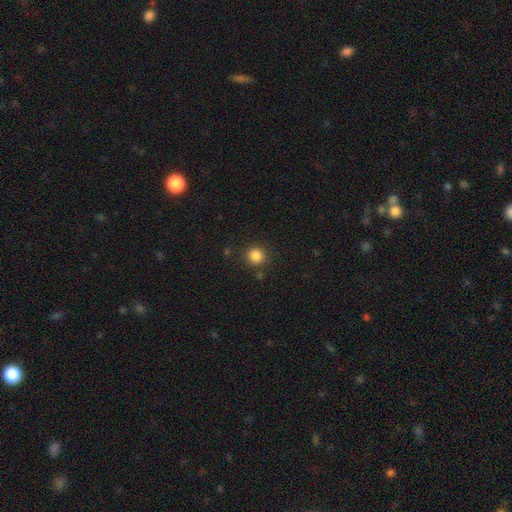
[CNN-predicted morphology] Q: Smooth or featured?
A: smooth (85%); runner-up: star or artifact (12%)
Q: How rounded?
A: round (91%); runner-up: in between (8%)
Q: Merging?
A: none (86%); runner-up: minor disturbance (8%)